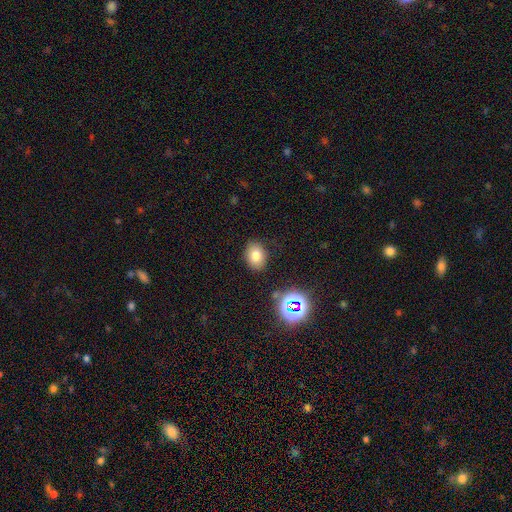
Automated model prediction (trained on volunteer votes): A smooth galaxy with no disk features (75%) that is in between round and cigar-shaped (63%).

Vote fractions:
- Smooth or featured? smooth: 75% / star or artifact: 15% / featured or disk: 10%
- How rounded? in between: 63% / round: 36% / cigar-shaped: 1%
- Merging? none: 85% / minor disturbance: 10% / major disturbance: 3% / merger: 2%